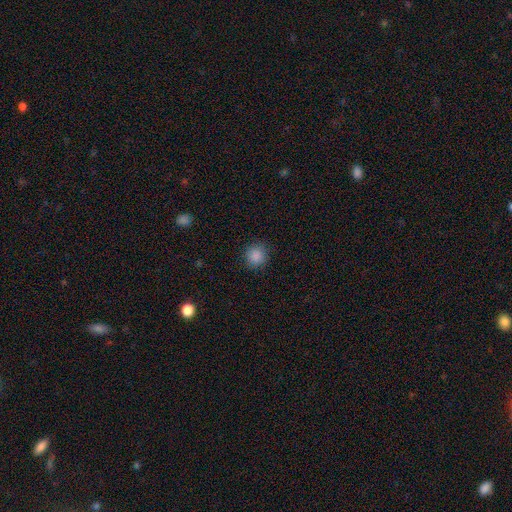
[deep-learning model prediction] The model was most divided on "smooth or featured": smooth: 87%, star or artifact: 10%, featured or disk: 3%. More confident: how rounded — round (91%); merging — none (89%).